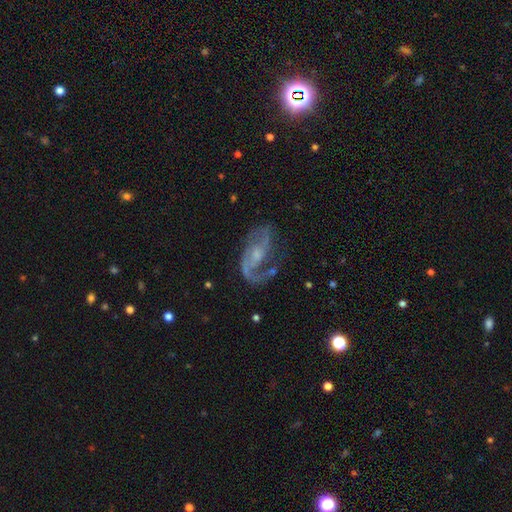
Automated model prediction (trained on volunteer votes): Overall: featured or disk (86%). Edge-on disk: no (97%). Bar: no (46%; weak 41%). Spiral arms: yes (95%). Spiral arm count: 2 (72%). Spiral winding: medium (49%; loose 33%). Bulge size: small (60%; moderate 28%). Merging: none (58%; major disturbance 19%).